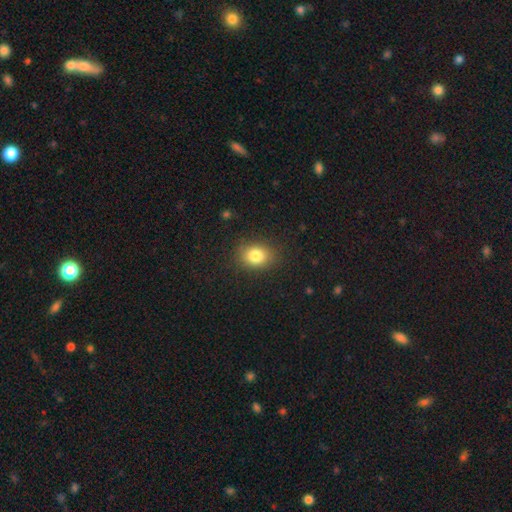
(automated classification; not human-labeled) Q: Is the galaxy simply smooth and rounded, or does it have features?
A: smooth — 82%.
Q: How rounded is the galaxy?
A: in between — 52%.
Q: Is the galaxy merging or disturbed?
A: none — 86%.